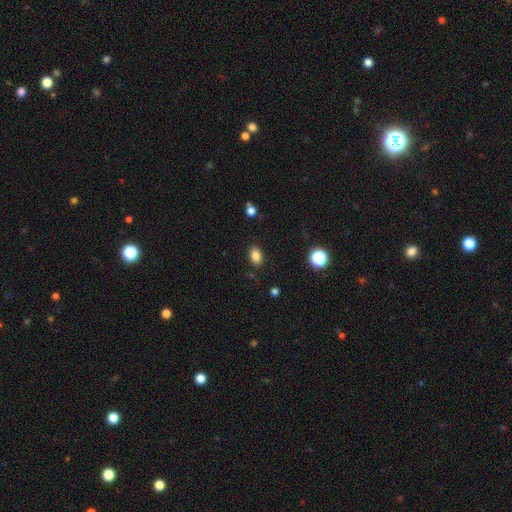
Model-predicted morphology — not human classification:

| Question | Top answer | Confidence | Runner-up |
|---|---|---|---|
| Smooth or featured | smooth | 84% | star or artifact (11%) |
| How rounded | in between | 78% | round (20%) |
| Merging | none | 86% | minor disturbance (9%) |